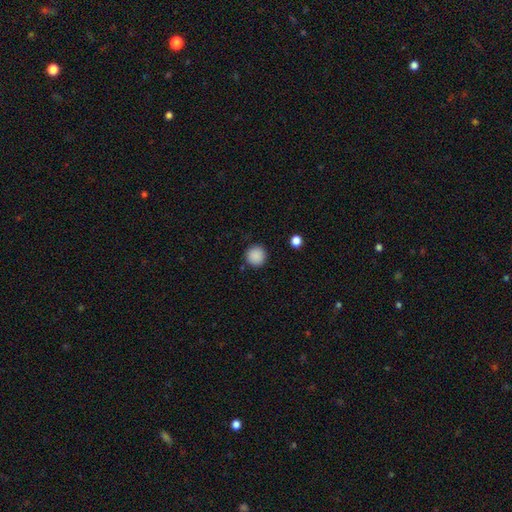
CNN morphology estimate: This is clearly a smooth galaxy (89%). How rounded: clearly round (95%). Merging: clearly none (90%).